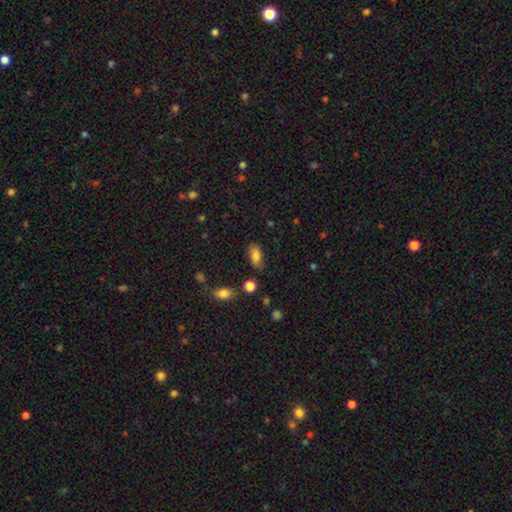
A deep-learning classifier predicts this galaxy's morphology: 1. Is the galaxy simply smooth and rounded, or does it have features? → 80% smooth, 11% featured or disk, 9% star or artifact.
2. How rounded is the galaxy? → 89% in between, 7% cigar-shaped, 4% round.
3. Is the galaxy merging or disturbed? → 72% none, 20% minor disturbance, 5% major disturbance, 3% merger.